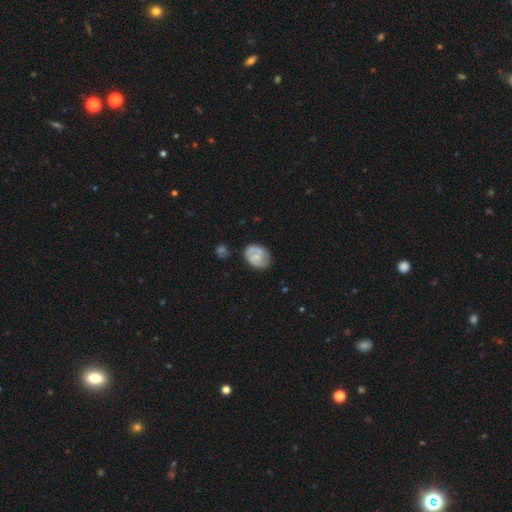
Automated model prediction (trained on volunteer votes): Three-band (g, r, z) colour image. It shows a featured or disk galaxy (70%) with no bar (50%), 2 (79%) tight (50%) spiral arms (91%) and a small central bulge (48%). Merging: none (76%).